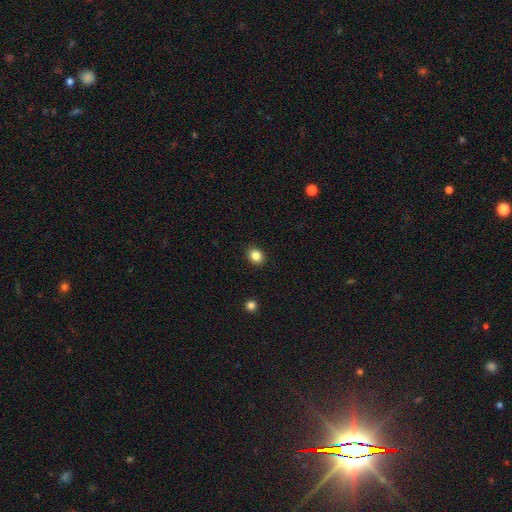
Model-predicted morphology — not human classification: A smooth galaxy with no disk features (85%) that is round (59%).

Vote fractions:
- Smooth or featured? smooth: 85% / star or artifact: 11% / featured or disk: 5%
- How rounded? round: 59% / in between: 40% / cigar-shaped: 1%
- Merging? none: 90% / minor disturbance: 7% / major disturbance: 2% / merger: 1%